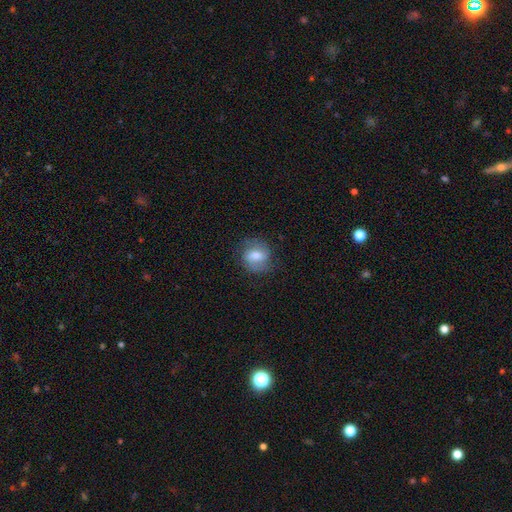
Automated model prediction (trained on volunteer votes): Morphology: type=smooth (56%); roundness=round (66%); merging=none (74%).